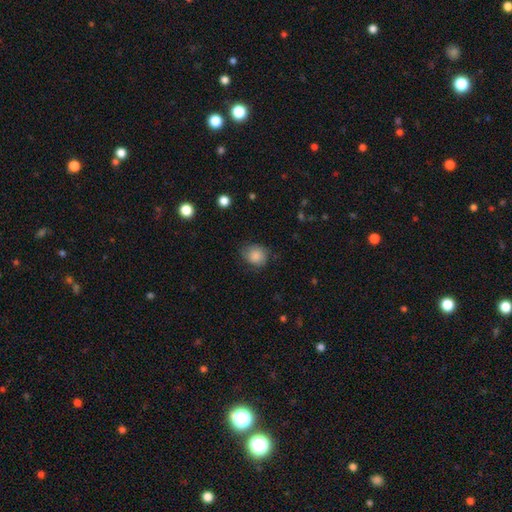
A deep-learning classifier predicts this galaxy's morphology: smooth 85%, star or artifact 8%, featured or disk 7%. Down the decision tree: how rounded — round (71%); merging — none (70%).